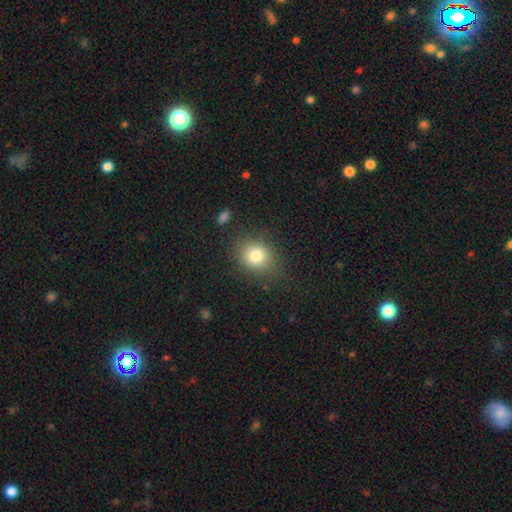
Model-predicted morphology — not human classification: smooth-or-featured: smooth: 79% | star or artifact: 12% | featured or disk: 9%
  how-rounded: round: 65% | in between: 34% | cigar-shaped: 1%
  merging: none: 79% | minor disturbance: 14% | major disturbance: 5% | merger: 2%